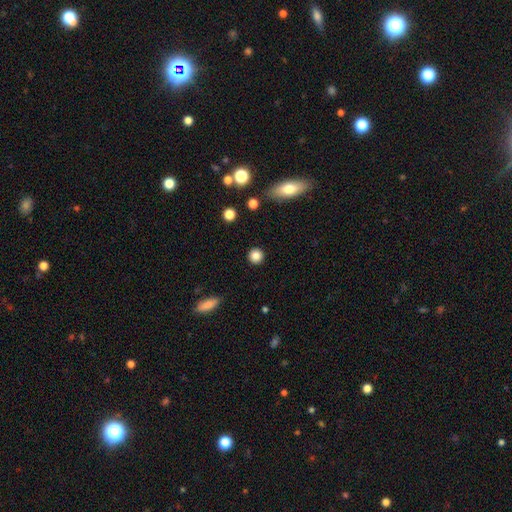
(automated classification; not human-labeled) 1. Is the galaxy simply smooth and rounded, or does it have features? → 84% smooth, 11% star or artifact, 5% featured or disk.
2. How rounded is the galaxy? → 93% round, 6% in between, 1% cigar-shaped.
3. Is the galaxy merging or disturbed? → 91% none, 5% minor disturbance, 2% major disturbance, 1% merger.